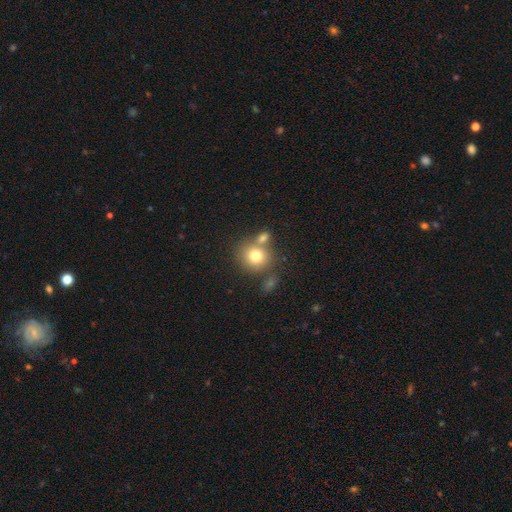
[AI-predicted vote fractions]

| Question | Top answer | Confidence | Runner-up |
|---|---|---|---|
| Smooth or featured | smooth | 77% | featured or disk (13%) |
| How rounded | round | 83% | in between (16%) |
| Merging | none | 57% | merger (28%) |